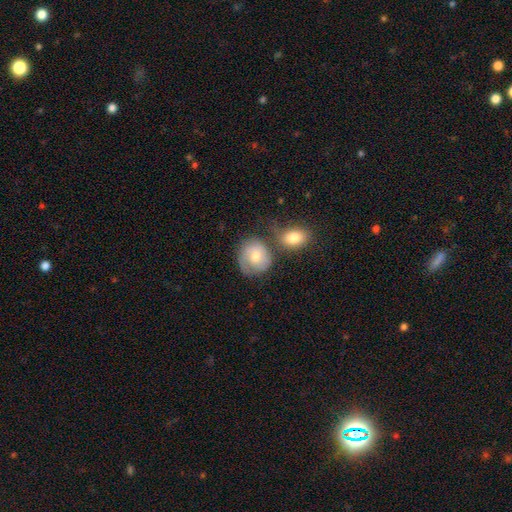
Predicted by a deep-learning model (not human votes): Q: Smooth or featured?
A: smooth (54%); runner-up: featured or disk (39%)
Q: How rounded?
A: round (76%); runner-up: in between (23%)
Q: Merging?
A: none (48%); runner-up: merger (22%)